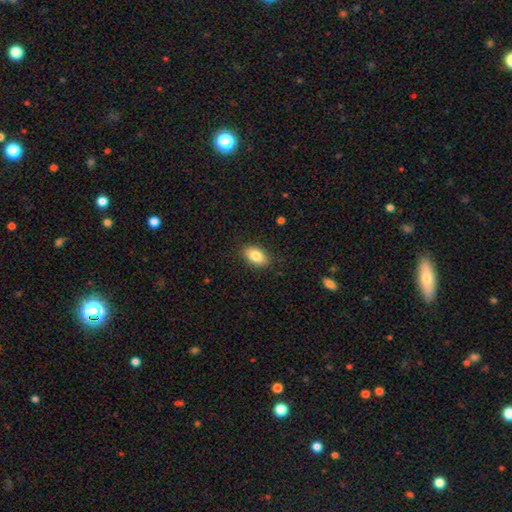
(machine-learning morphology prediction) smooth-or-featured: smooth: 83% | featured or disk: 9% | star or artifact: 7%
  how-rounded: in between: 91% | round: 7% | cigar-shaped: 2%
  merging: none: 86% | minor disturbance: 11% | major disturbance: 3% | merger: 1%